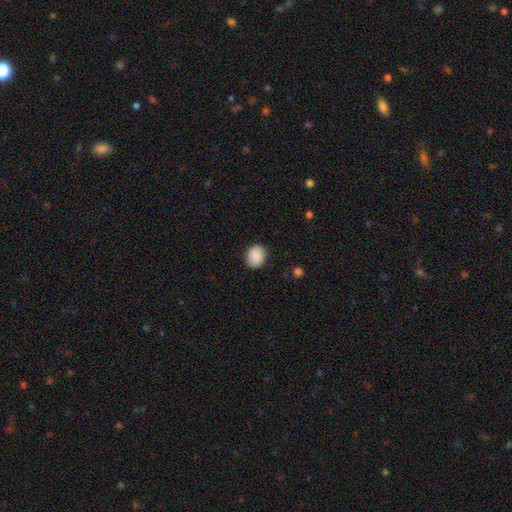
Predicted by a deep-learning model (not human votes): Overall: smooth (87%). How rounded: round (63%; in between 36%). Merging: none (86%).